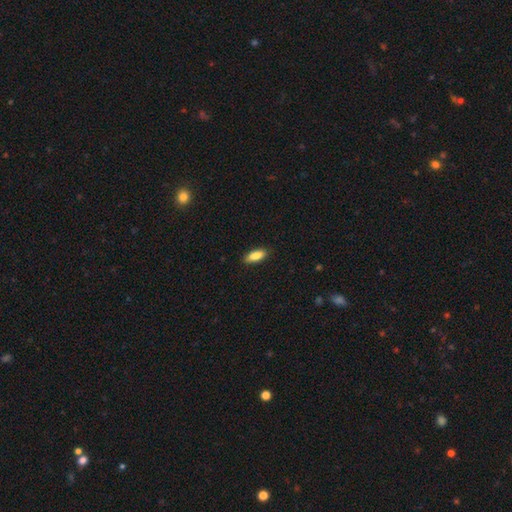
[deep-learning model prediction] smooth 86%, featured or disk 7%, star or artifact 7%. Down the decision tree: how rounded — in between (69%); merging — none (85%).